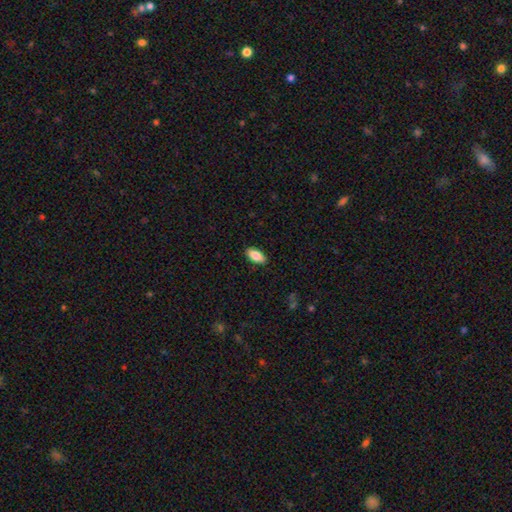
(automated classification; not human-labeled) Smooth or featured?
  - smooth: 85% *
  - featured or disk: 8%
  - star or artifact: 6%
How rounded?
  - in between: 89% *
  - cigar-shaped: 8%
  - round: 2%
Merging?
  - none: 89% *
  - minor disturbance: 8%
  - major disturbance: 2%
  - merger: 1%